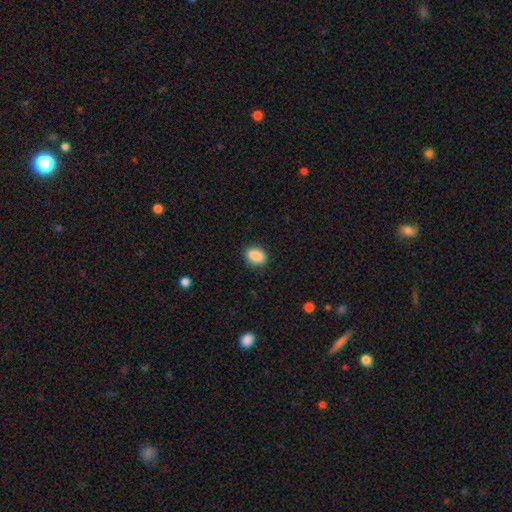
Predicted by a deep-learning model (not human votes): Overall: smooth (88%). How rounded: in between (79%). Merging: none (87%).